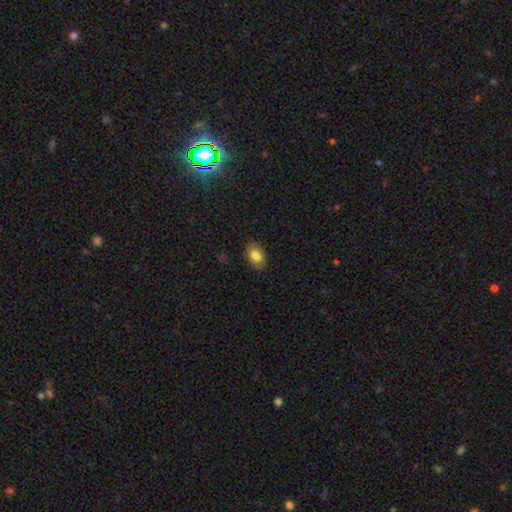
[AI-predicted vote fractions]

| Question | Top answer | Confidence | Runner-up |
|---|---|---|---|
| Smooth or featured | smooth | 82% | featured or disk (10%) |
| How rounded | in between | 85% | round (14%) |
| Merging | none | 87% | minor disturbance (10%) |